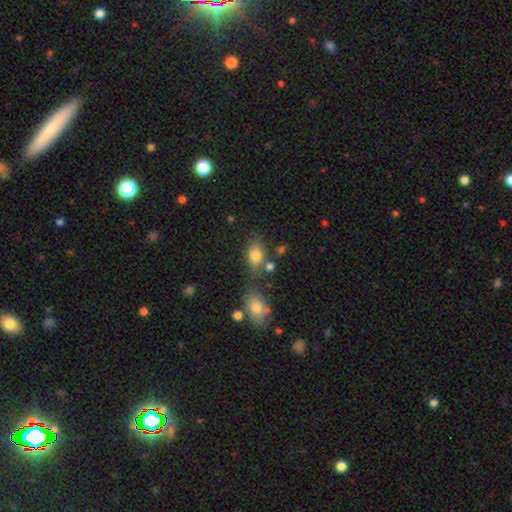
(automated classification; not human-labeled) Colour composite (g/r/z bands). It shows a smooth galaxy with no disk features (78%) that is in between round and cigar-shaped (79%). Merging: none (61%).